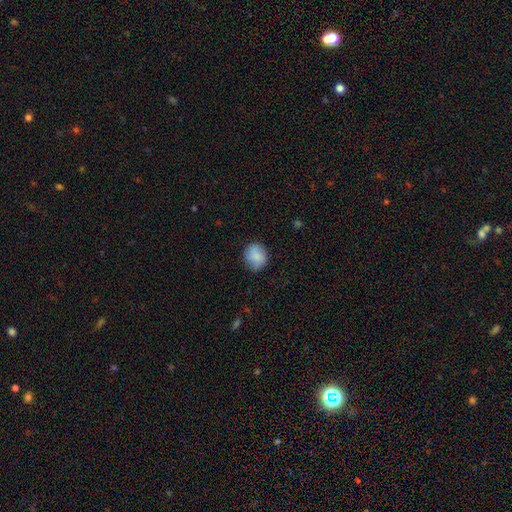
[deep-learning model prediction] Overall: smooth (80%). How rounded: round (79%). Merging: none (80%).